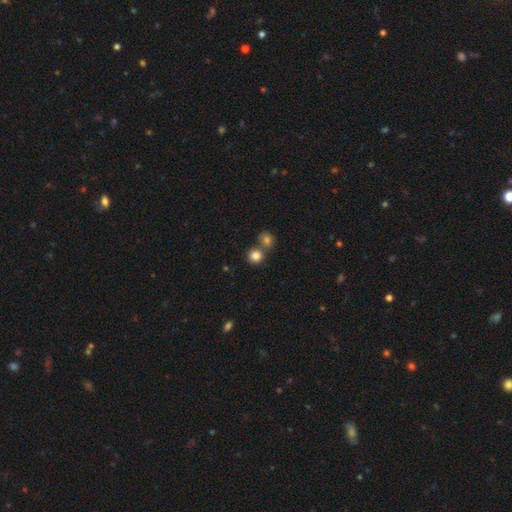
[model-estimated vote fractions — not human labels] A smooth galaxy with no disk features (83%) that is round (89%). Merging: none (61%).